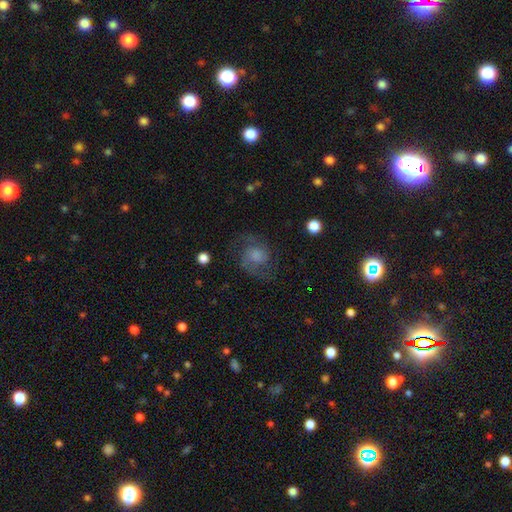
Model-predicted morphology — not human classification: Smooth or featured? Predicted: featured or disk (p=0.66). Edge-on disk? Predicted: no (p=0.98). Bar? Predicted: no (p=0.69). Spiral arms? Predicted: yes (p=0.92). Spiral winding? Predicted: medium (p=0.52). Spiral arm count? Predicted: 2 (p=0.83). Bulge size? Predicted: none (p=0.33). Merging? Predicted: none (p=0.65).